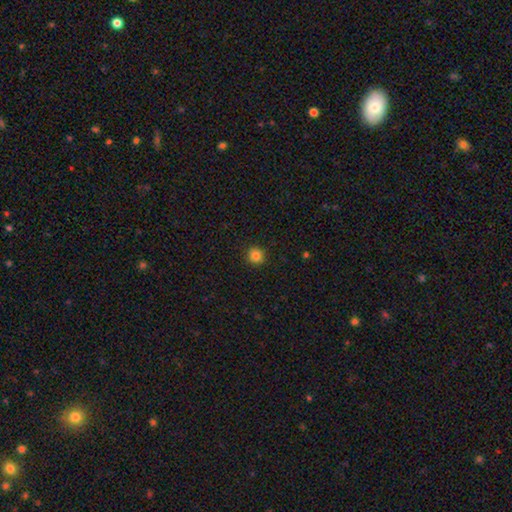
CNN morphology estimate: Smooth or featured? Predicted: smooth (p=0.84). How rounded? Predicted: round (p=0.92). Merging? Predicted: none (p=0.92).